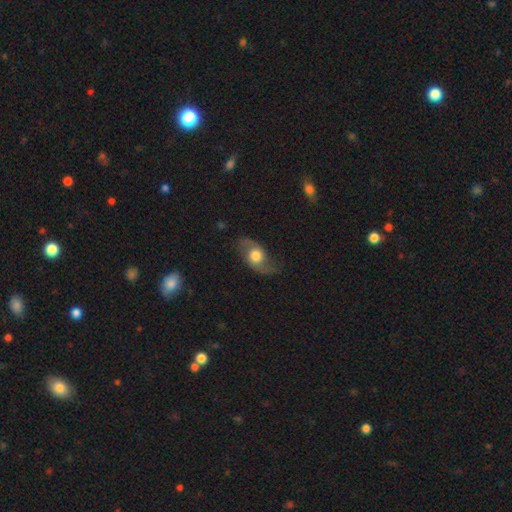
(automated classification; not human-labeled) Smooth or featured? featured or disk (65%)
Edge-on disk? no (90%)
Bar? no (74%)
Spiral arms? yes (85%)
Bulge size? moderate (50%)
Merging? none (72%)